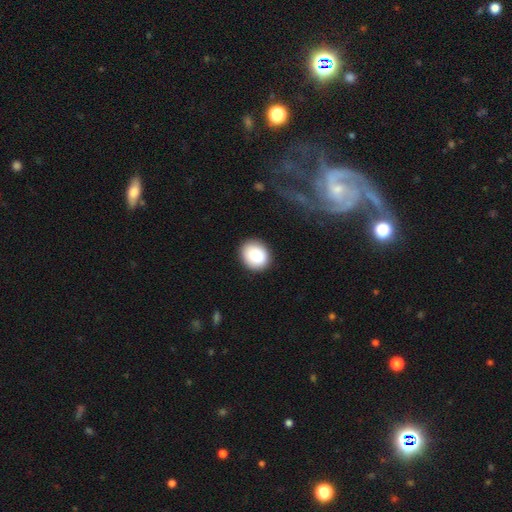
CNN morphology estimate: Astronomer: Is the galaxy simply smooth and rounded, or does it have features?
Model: smooth — 85%.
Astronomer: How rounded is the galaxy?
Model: round — 59% (runner-up: in between, 40%).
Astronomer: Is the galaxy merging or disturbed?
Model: none — 87%.